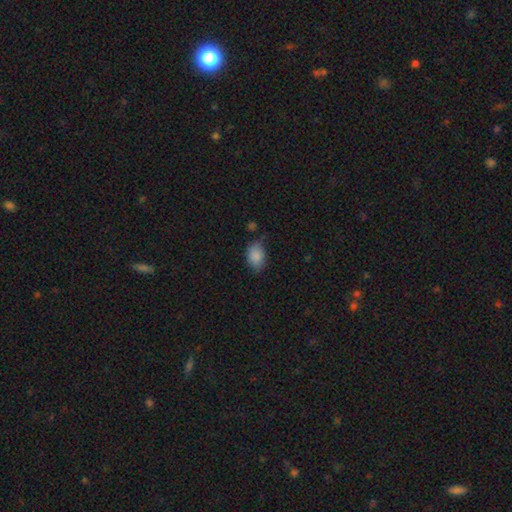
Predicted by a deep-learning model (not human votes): Overall: smooth (88%). How rounded: in between (80%). Merging: none (68%).